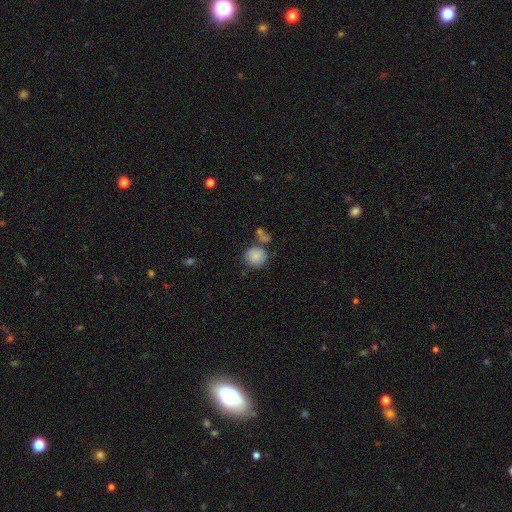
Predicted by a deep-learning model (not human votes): A smooth galaxy with no disk features (85%) that is round (87%).

Vote fractions:
- Smooth or featured? smooth: 85% / star or artifact: 8% / featured or disk: 6%
- How rounded? round: 87% / in between: 12% / cigar-shaped: 1%
- Merging? none: 63% / merger: 19% / minor disturbance: 13% / major disturbance: 5%